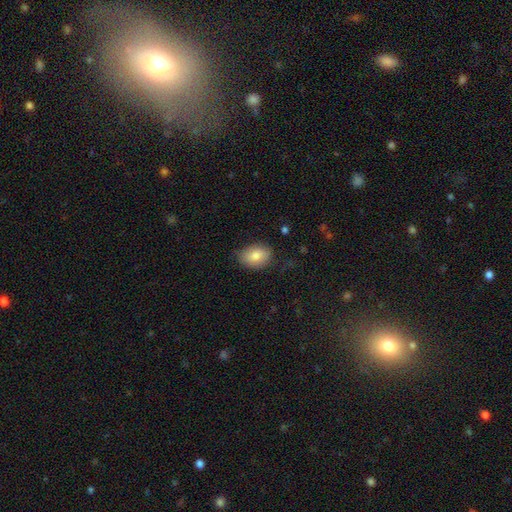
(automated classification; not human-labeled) Morphology: type=smooth (82%); roundness=in between (81%); merging=none (73%).